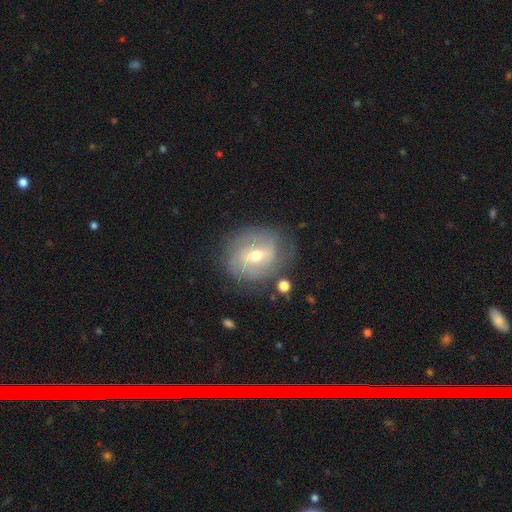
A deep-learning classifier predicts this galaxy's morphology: This appears to be a featured or disk galaxy (75%) with a weak bar (52%), 2 (38%) tight (56%) spiral arms (84%) and a moderate central bulge (64%). Merging: none (73%).